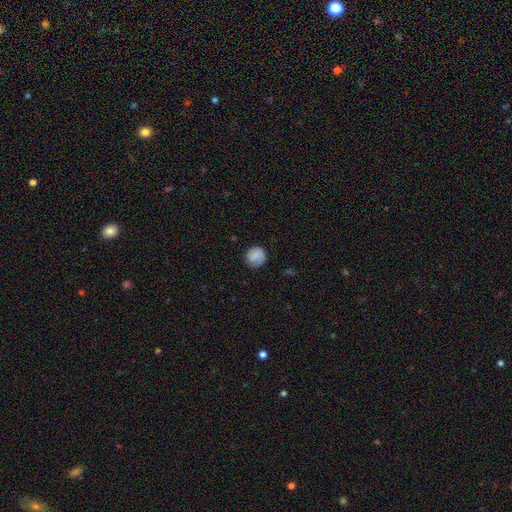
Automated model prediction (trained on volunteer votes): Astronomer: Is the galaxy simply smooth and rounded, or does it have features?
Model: smooth — 83%.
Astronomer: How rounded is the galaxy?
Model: round — 91%.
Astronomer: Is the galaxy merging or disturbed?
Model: none — 83%.